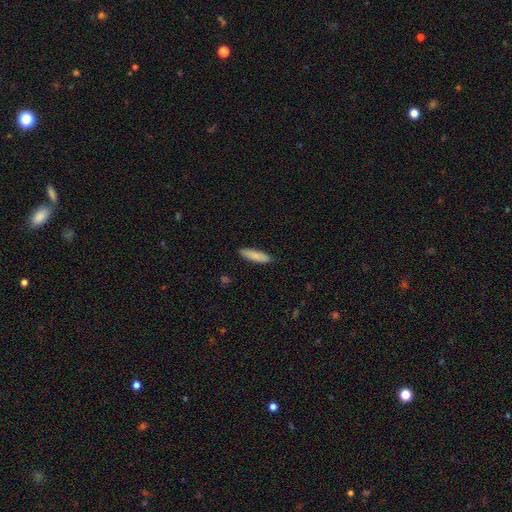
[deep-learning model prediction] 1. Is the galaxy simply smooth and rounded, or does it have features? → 84% smooth, 10% featured or disk, 6% star or artifact.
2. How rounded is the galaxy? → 71% cigar-shaped, 27% in between, 1% round.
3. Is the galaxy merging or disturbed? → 89% none, 9% minor disturbance, 2% major disturbance, 1% merger.